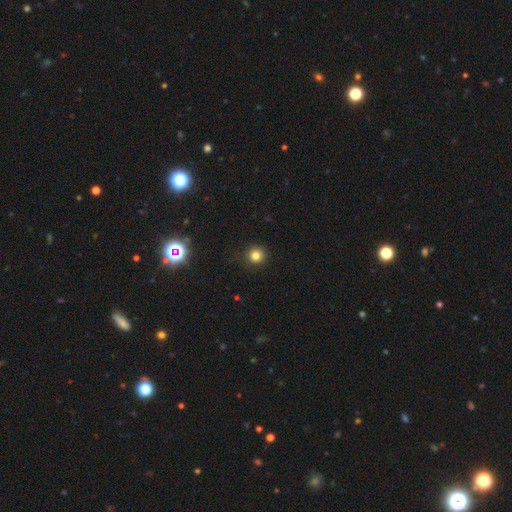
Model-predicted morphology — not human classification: A smooth galaxy with no disk features (80%) that is round (93%). Merging: none (90%).